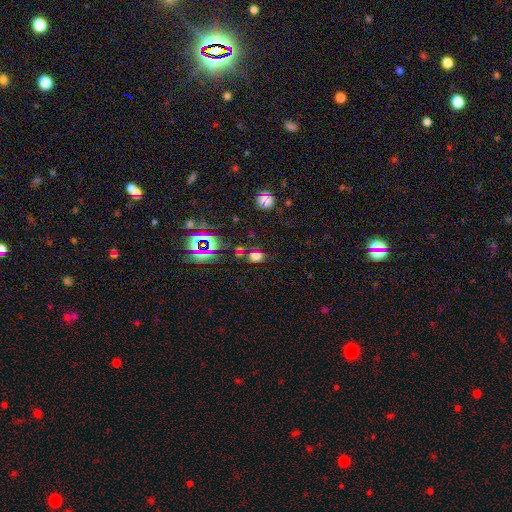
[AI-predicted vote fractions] Smooth or featured: smooth — 57% (star or artifact — 34%)
How rounded: in between — 58% (round — 40%)
Merging: none — 70% (minor disturbance — 15%)